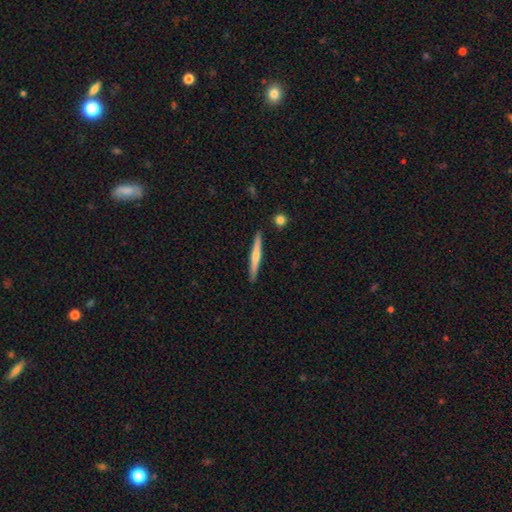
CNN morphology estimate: This appears to be a smooth galaxy with no disk features (52%) that is cigar-shaped (96%). Merging: none (90%).